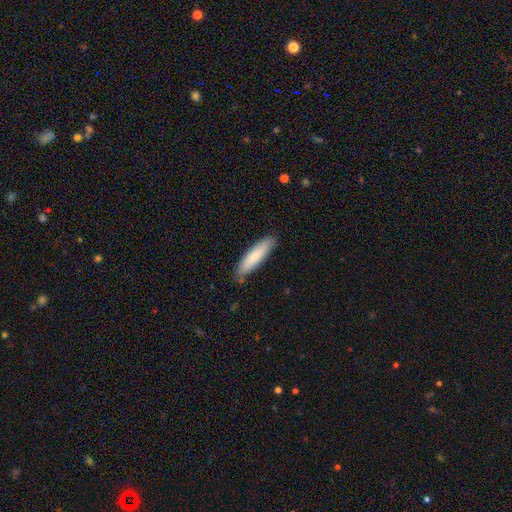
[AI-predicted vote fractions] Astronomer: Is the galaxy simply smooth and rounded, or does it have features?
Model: smooth — 82%.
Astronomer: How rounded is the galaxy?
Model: cigar-shaped — 76%.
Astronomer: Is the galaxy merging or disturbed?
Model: none — 84%.